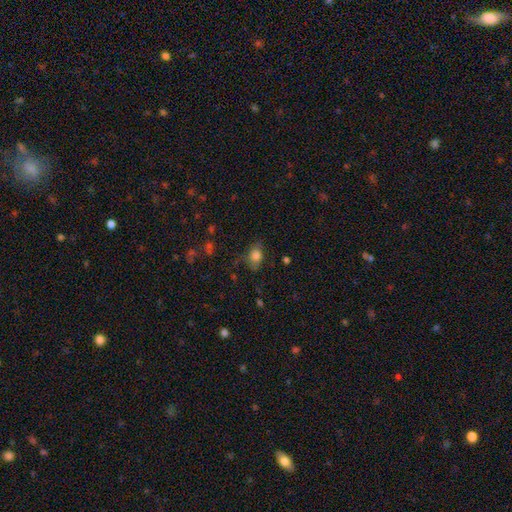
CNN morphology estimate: This appears to be a smooth galaxy with no disk features (78%) that is in between round and cigar-shaped (58%). Merging: none (62%).